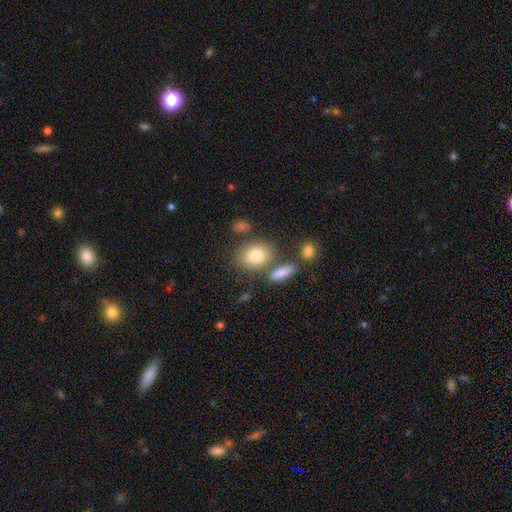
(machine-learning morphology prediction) smooth-or-featured: smooth: 80% | featured or disk: 11% | star or artifact: 8%
  how-rounded: in between: 63% | round: 36% | cigar-shaped: 2%
  merging: none: 68% | merger: 14% | minor disturbance: 13% | major disturbance: 5%